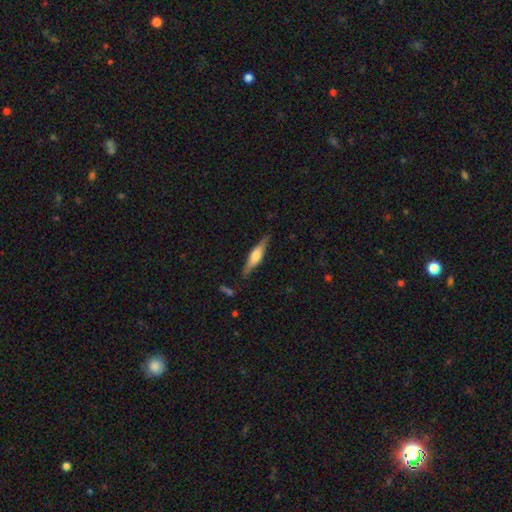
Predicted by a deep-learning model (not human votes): Smooth or featured? featured or disk (57%)
Edge-on disk? yes (95%)
Edge-on bulge? rounded (77%)
Merging? none (85%)